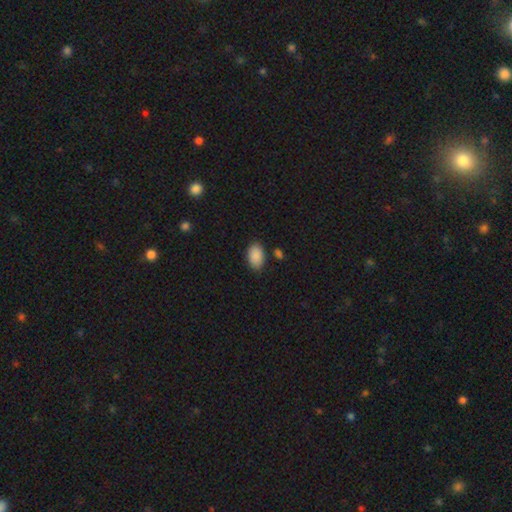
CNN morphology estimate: Smooth or featured: smooth — 90% (star or artifact — 7%)
How rounded: in between — 92% (round — 7%)
Merging: none — 84% (minor disturbance — 11%)